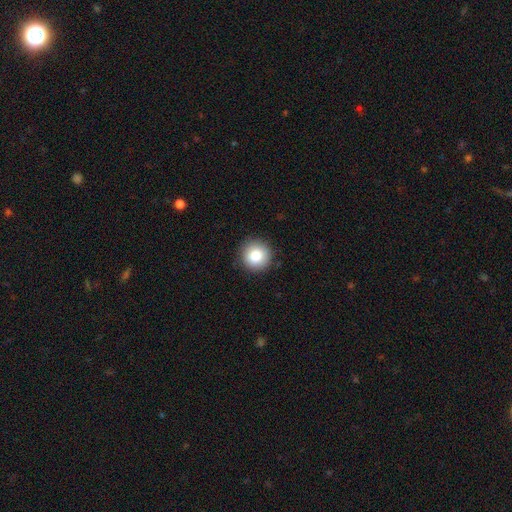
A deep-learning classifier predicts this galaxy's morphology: Smooth or featured: smooth — 84% (star or artifact — 9%)
How rounded: round — 95% (in between — 4%)
Merging: none — 90% (minor disturbance — 7%)